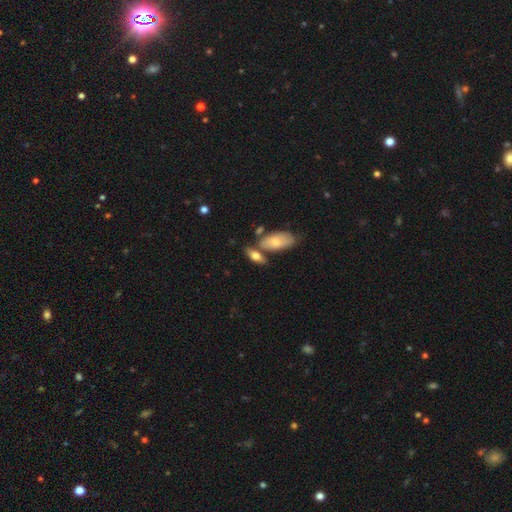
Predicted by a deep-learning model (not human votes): Overall: smooth (63%; featured or disk 30%). How rounded: in between (73%). Merging: none (57%; merger 25%).